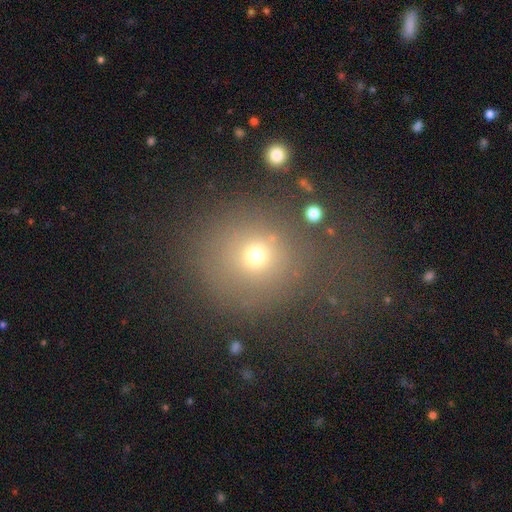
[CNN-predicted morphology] A smooth galaxy with no disk features (68%) that is round (87%).

Vote fractions:
- Smooth or featured? smooth: 68% / star or artifact: 21% / featured or disk: 12%
- How rounded? round: 87% / in between: 12% / cigar-shaped: 1%
- Merging? none: 73% / minor disturbance: 13% / major disturbance: 9% / merger: 5%